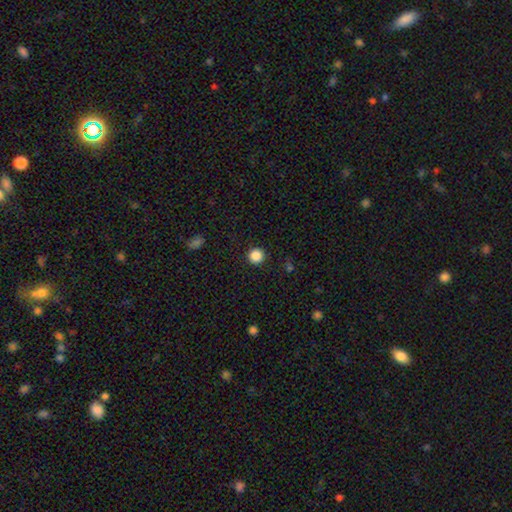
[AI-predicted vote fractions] smooth_or_featured: smooth (p=0.86) [alt: star or artifact p=0.11]
how_rounded: round (p=0.96) [alt: in between p=0.04]
merging: none (p=0.92) [alt: minor disturbance p=0.05]